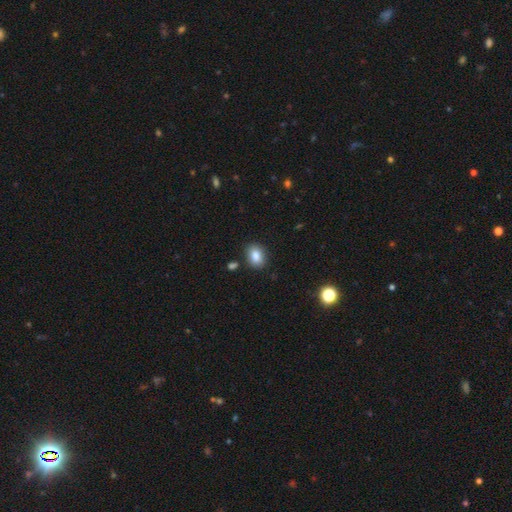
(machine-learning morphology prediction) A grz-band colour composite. It shows a smooth galaxy with no disk features (83%) that is in between round and cigar-shaped (62%). Merging: none (85%).